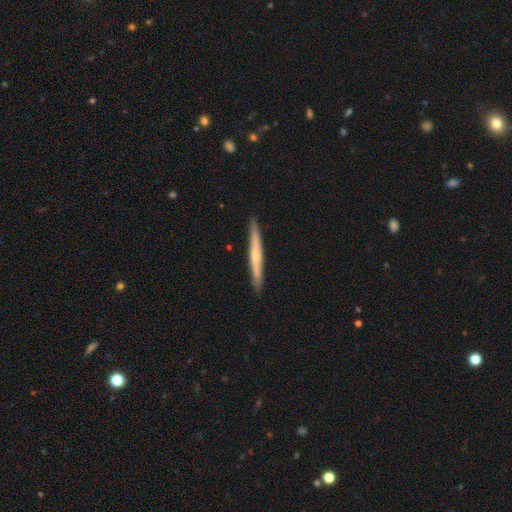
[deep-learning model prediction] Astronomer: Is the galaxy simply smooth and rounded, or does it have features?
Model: featured or disk — 57% (runner-up: smooth, 37%).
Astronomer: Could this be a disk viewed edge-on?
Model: yes — 96%.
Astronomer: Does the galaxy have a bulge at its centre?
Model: rounded — 61%.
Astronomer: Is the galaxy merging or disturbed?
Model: none — 92%.